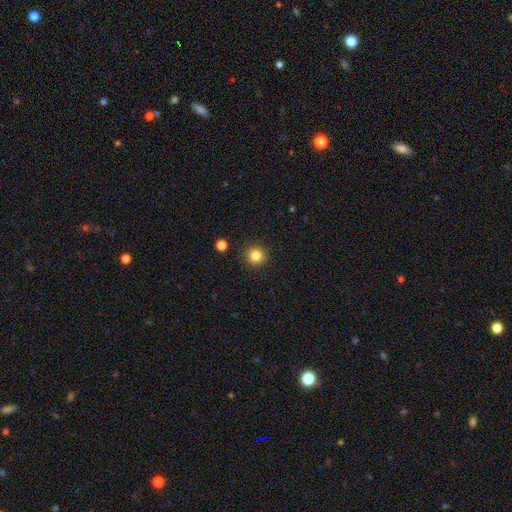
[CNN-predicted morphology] Smooth or featured? Predicted: smooth (p=0.83). How rounded? Predicted: round (p=0.95). Merging? Predicted: none (p=0.92).